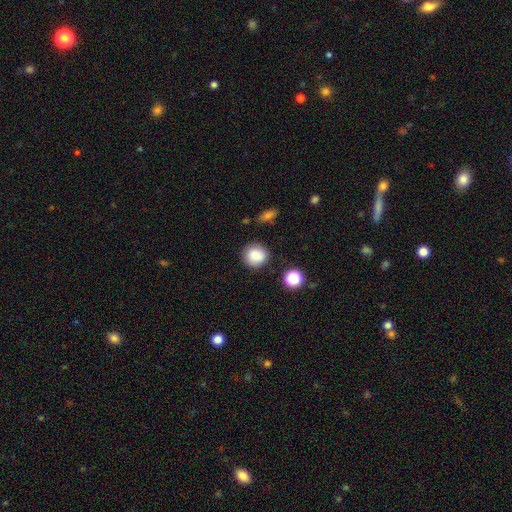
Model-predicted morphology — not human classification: type=smooth (84%); roundness=round (88%); merging=none (82%).